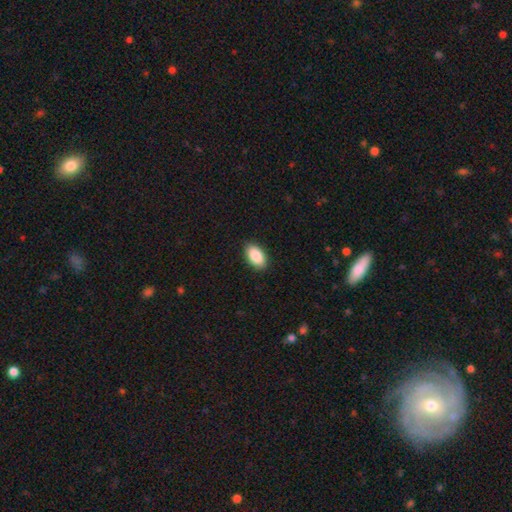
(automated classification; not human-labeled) smooth_or_featured: smooth (p=0.89) [alt: star or artifact p=0.06]
how_rounded: in between (p=0.94) [alt: round p=0.04]
merging: none (p=0.89) [alt: minor disturbance p=0.08]